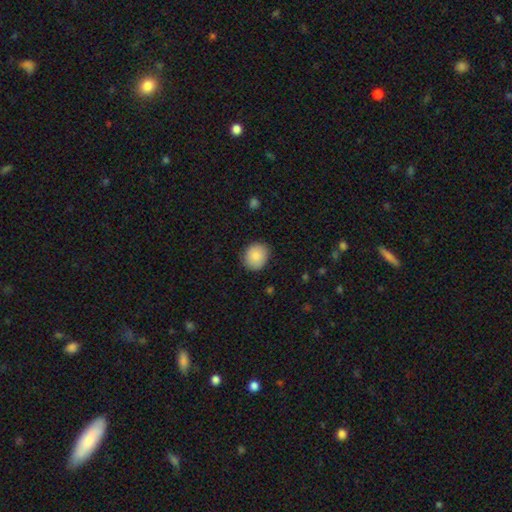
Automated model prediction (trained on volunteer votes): A smooth galaxy with no disk features (87%) that is round (74%). Merging: none (86%).